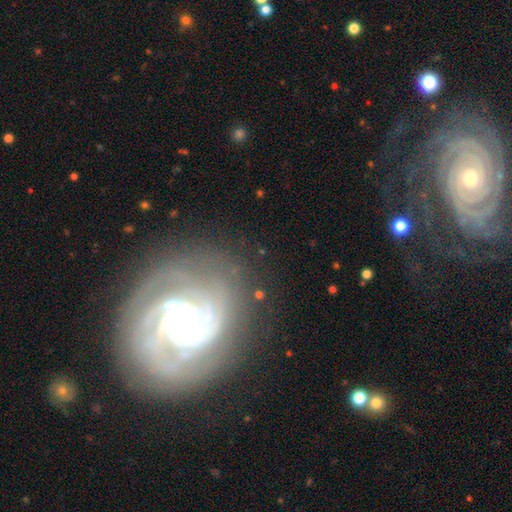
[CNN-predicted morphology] Smooth or featured? Predicted: featured or disk (p=0.84). Edge-on disk? Predicted: no (p=0.97). Bar? Predicted: no (p=0.66). Spiral arms? Predicted: yes (p=0.96). Spiral winding? Predicted: tight (p=0.72). Spiral arm count? Predicted: 2 (p=0.30). Bulge size? Predicted: small (p=0.67). Merging? Predicted: none (p=0.70).